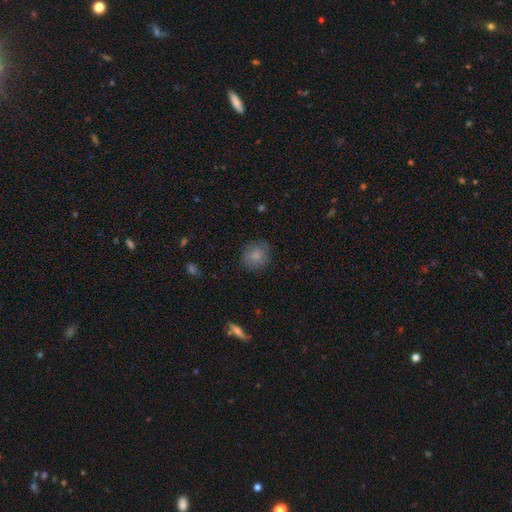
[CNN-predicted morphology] type=smooth (83%); roundness=round (79%); merging=none (81%).